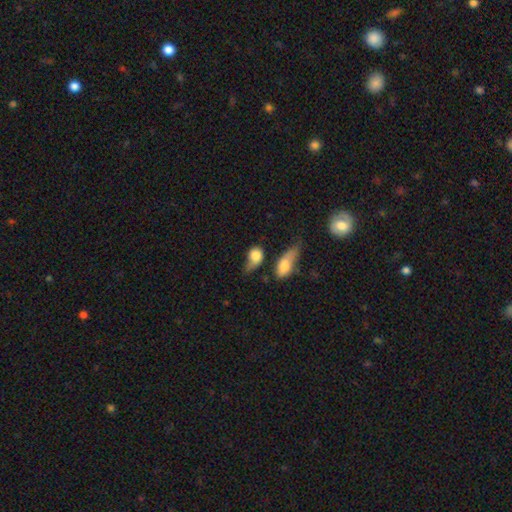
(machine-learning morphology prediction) A smooth galaxy with no disk features (79%) that is in between round and cigar-shaped (58%). Merging: minor disturbance (31%).